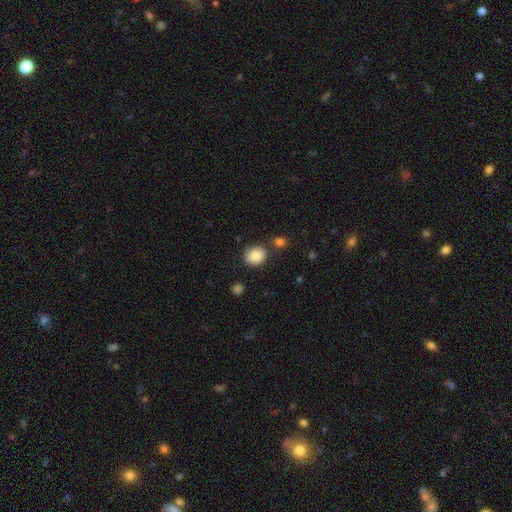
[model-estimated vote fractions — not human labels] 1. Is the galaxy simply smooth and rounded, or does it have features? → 86% smooth, 8% star or artifact, 5% featured or disk.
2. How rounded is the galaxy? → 62% round, 38% in between, 1% cigar-shaped.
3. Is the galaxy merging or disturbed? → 77% none, 12% minor disturbance, 7% merger, 3% major disturbance.